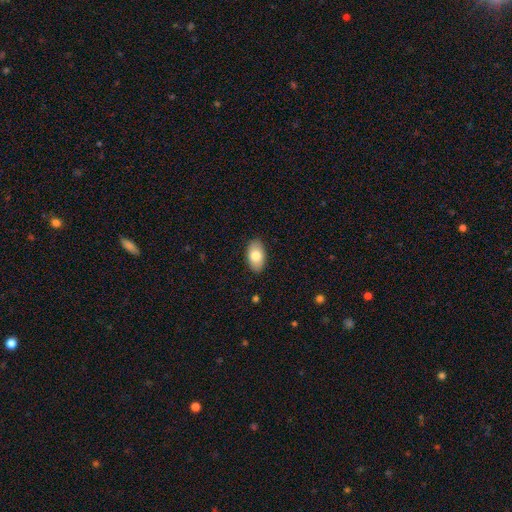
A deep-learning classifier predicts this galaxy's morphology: smooth 81%, featured or disk 13%, star or artifact 6%. Down the decision tree: how rounded — in between (94%); merging — none (88%).